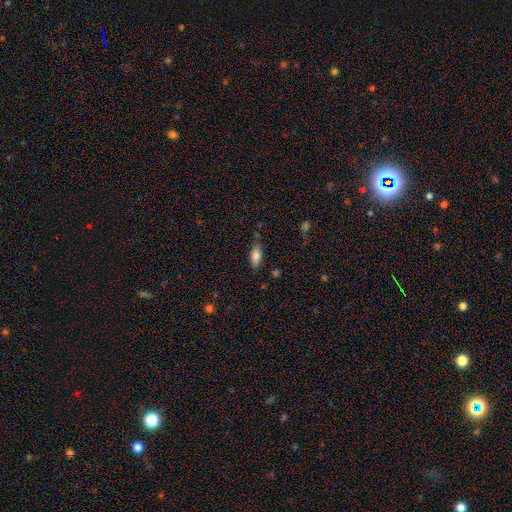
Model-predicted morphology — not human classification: Q: Smooth or featured?
A: smooth (79%); runner-up: featured or disk (13%)
Q: How rounded?
A: in between (83%); runner-up: cigar-shaped (13%)
Q: Merging?
A: none (79%); runner-up: minor disturbance (15%)